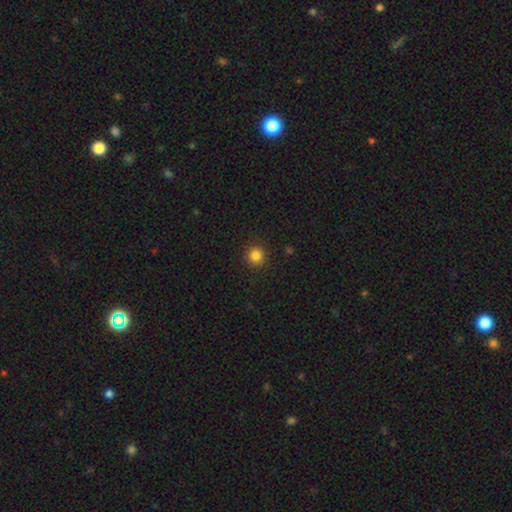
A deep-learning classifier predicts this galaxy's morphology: This is clearly a smooth galaxy (84%). How rounded: clearly round (94%). Merging: clearly none (92%).